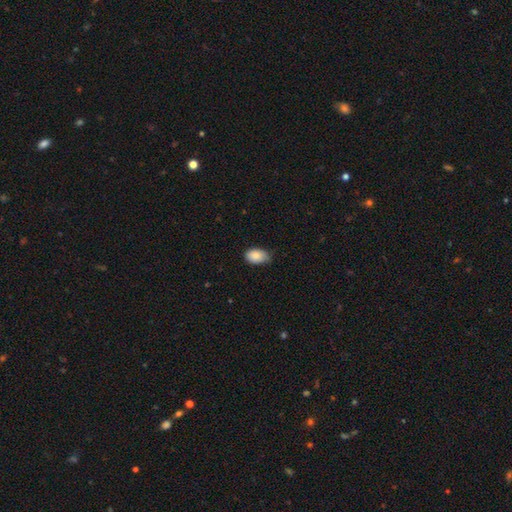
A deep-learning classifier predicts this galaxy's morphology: smooth 86%, star or artifact 7%, featured or disk 6%. Down the decision tree: how rounded — in between (90%); merging — none (62%).